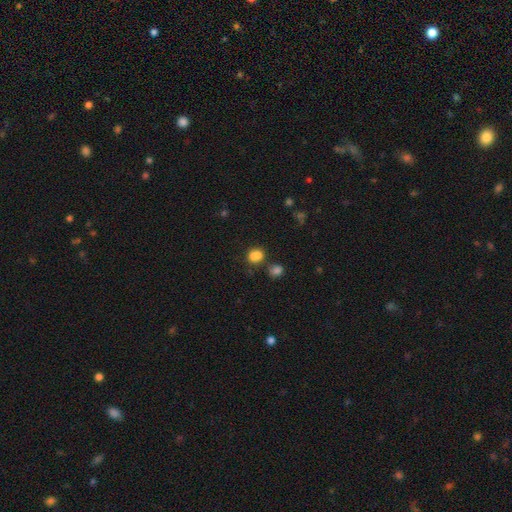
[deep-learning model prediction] A smooth galaxy with no disk features (80%) that is round (54%).

Vote fractions:
- Smooth or featured? smooth: 80% / star or artifact: 14% / featured or disk: 6%
- How rounded? round: 54% / in between: 45% / cigar-shaped: 1%
- Merging? none: 56% / merger: 22% / minor disturbance: 16% / major disturbance: 6%